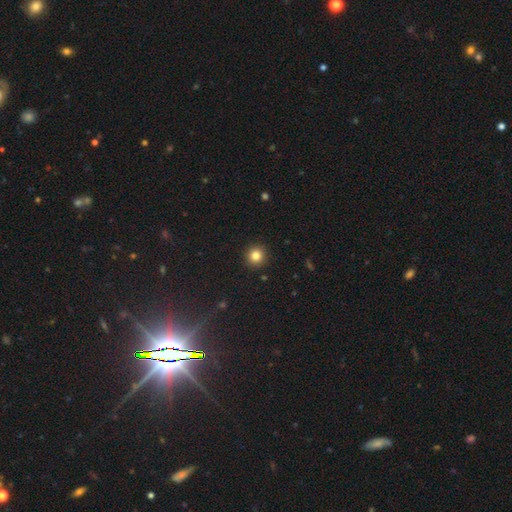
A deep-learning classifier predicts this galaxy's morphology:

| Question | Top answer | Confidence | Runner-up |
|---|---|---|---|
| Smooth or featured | smooth | 83% | star or artifact (11%) |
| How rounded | round | 94% | in between (5%) |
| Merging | none | 92% | minor disturbance (5%) |